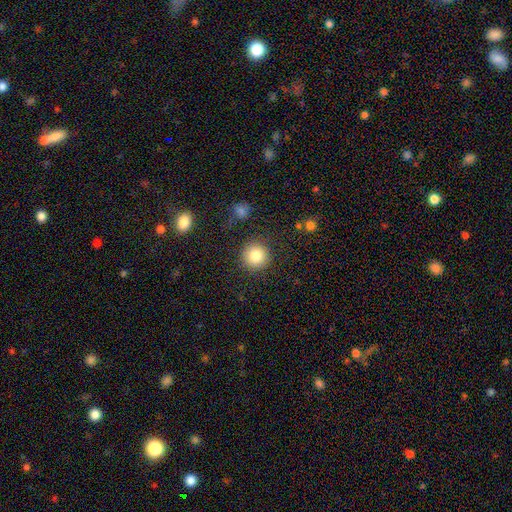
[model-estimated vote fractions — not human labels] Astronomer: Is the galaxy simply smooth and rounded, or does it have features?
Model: smooth — 83%.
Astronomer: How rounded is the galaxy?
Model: round — 95%.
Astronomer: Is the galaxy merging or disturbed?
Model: none — 87%.